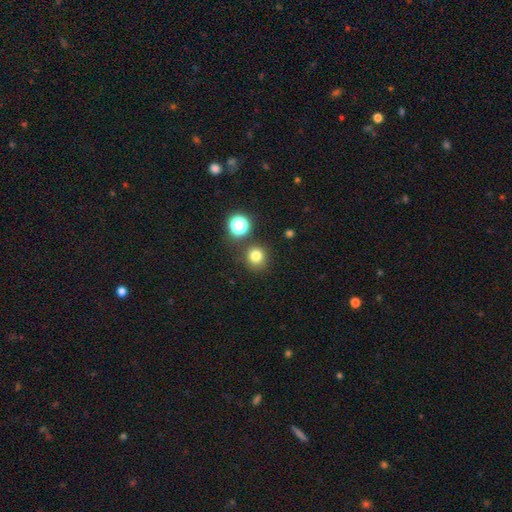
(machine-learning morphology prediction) Smooth or featured? Predicted: smooth (p=0.77). How rounded? Predicted: round (p=0.90). Merging? Predicted: none (p=0.80).